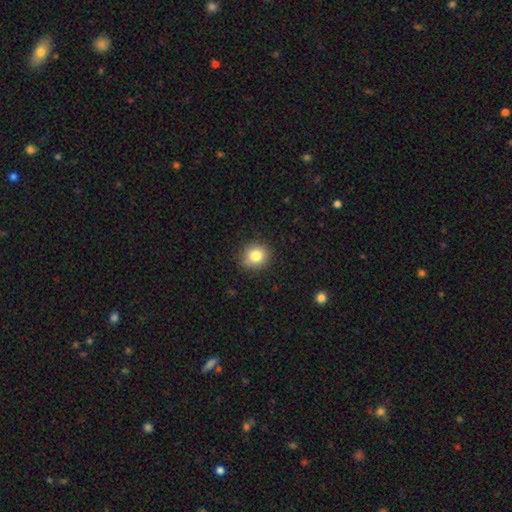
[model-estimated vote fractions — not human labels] Morphology: type=smooth (82%); roundness=round (83%); merging=none (85%).